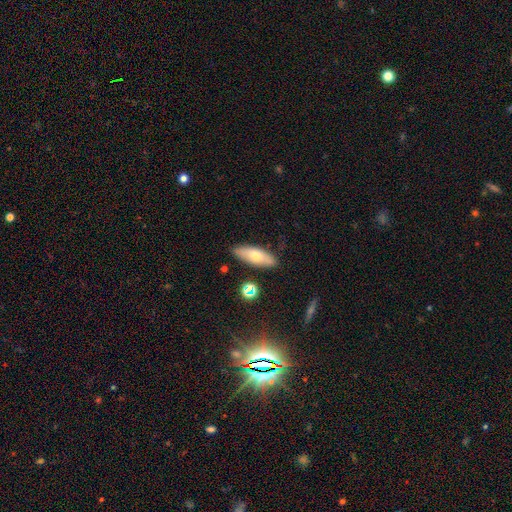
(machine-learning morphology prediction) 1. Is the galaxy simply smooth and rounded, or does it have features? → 64% smooth, 28% featured or disk, 8% star or artifact.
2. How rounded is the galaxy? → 67% in between, 30% cigar-shaped, 3% round.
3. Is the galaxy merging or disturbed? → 83% none, 12% minor disturbance, 3% merger, 2% major disturbance.